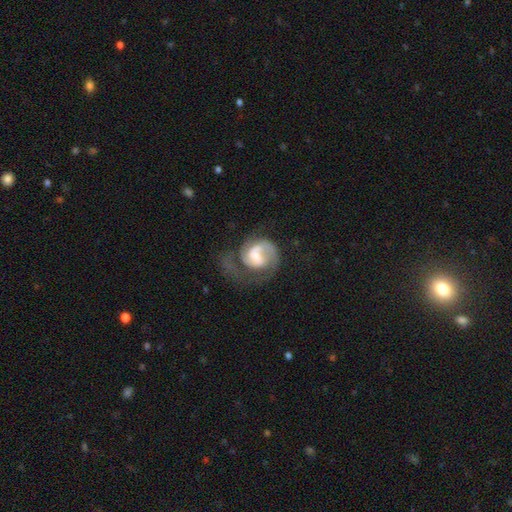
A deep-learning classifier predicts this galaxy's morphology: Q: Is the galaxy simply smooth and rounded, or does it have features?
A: featured or disk — 84%.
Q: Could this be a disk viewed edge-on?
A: no — 98%.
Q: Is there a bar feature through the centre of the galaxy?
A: weak — 53%.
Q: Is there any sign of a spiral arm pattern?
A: yes — 95%.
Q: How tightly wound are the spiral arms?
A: medium — 46%.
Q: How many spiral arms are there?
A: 2 — 60%.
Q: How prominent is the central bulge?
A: moderate — 46%.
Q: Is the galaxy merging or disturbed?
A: none — 47%.